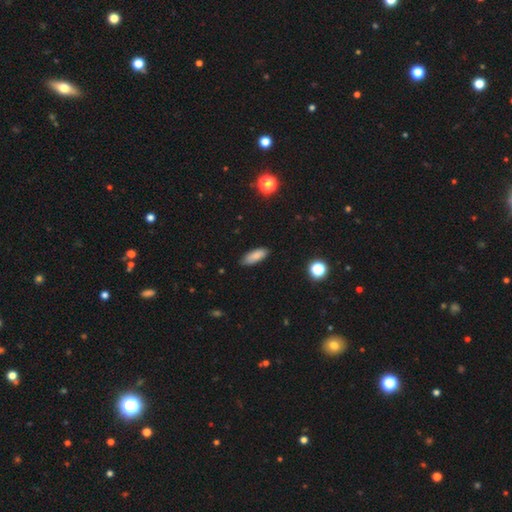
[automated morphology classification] smooth 84%, star or artifact 8%, featured or disk 8%. Down the decision tree: how rounded — in between (72%); merging — none (85%).